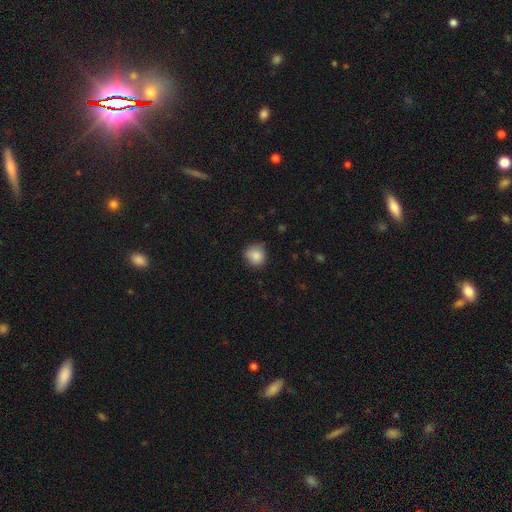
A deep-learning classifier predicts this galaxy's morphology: Overall: smooth (86%). How rounded: round (89%). Merging: none (75%).